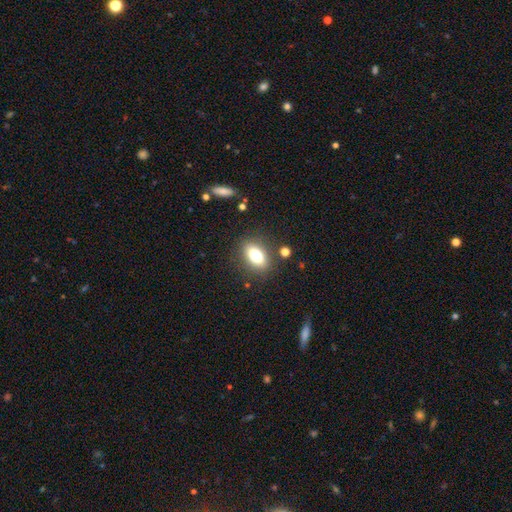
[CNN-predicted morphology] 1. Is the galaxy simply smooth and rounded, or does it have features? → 79% smooth, 12% featured or disk, 9% star or artifact.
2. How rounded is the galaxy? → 84% in between, 9% round, 7% cigar-shaped.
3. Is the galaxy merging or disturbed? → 84% none, 10% minor disturbance, 3% major disturbance, 3% merger.